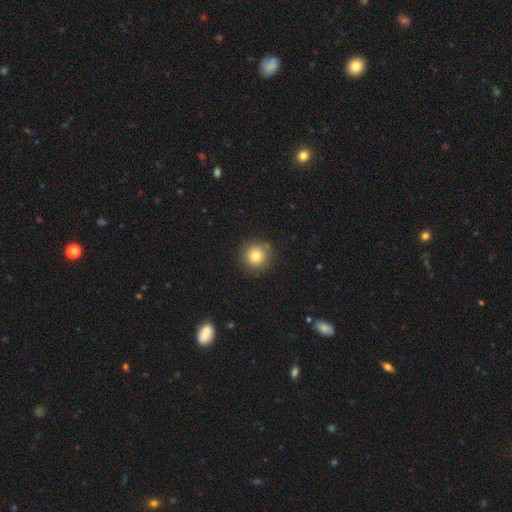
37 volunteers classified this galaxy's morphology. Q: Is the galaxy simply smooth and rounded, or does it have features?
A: smooth — 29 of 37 (78%).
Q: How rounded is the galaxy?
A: round — 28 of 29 (97%).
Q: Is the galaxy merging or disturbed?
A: none — 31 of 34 (91%).